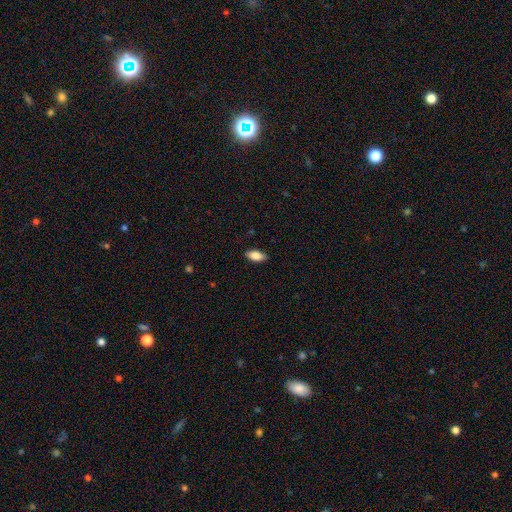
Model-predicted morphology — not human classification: smooth-or-featured: smooth: 87% | star or artifact: 7% | featured or disk: 6%
  how-rounded: in between: 89% | cigar-shaped: 8% | round: 2%
  merging: none: 88% | minor disturbance: 9% | major disturbance: 2% | merger: 1%